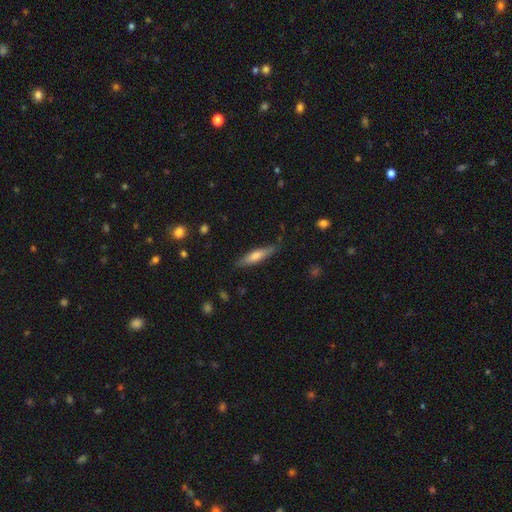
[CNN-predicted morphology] smooth 59%, featured or disk 35%, star or artifact 6%. Down the decision tree: how rounded — cigar-shaped (81%); merging — none (80%).